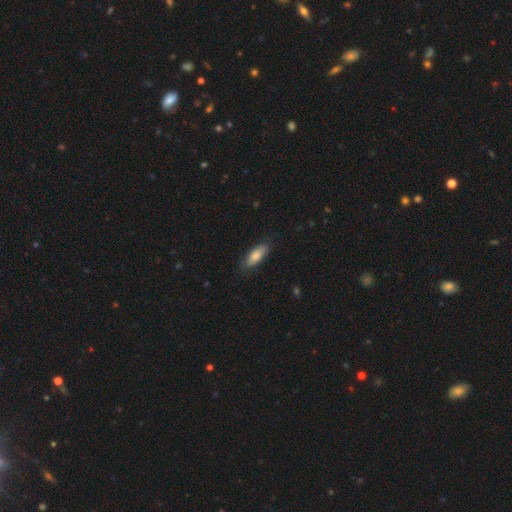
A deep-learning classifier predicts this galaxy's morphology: smooth-or-featured: smooth: 81% | featured or disk: 13% | star or artifact: 6%
  how-rounded: in between: 68% | cigar-shaped: 30% | round: 2%
  merging: none: 81% | minor disturbance: 15% | major disturbance: 3% | merger: 1%